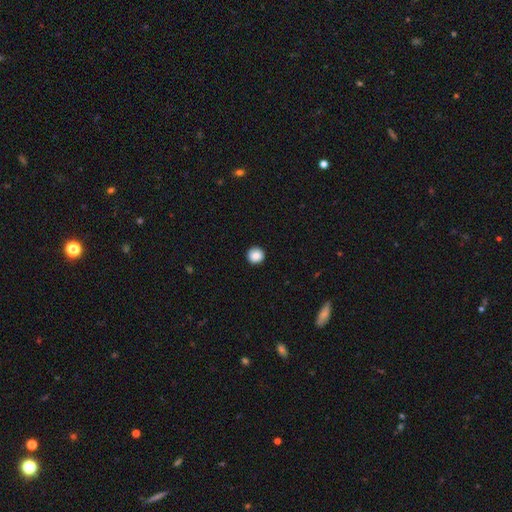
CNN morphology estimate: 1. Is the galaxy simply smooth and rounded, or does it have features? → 88% smooth, 9% star or artifact, 3% featured or disk.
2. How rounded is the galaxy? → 95% round, 4% in between, 1% cigar-shaped.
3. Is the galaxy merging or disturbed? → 93% none, 4% minor disturbance, 1% major disturbance, 1% merger.